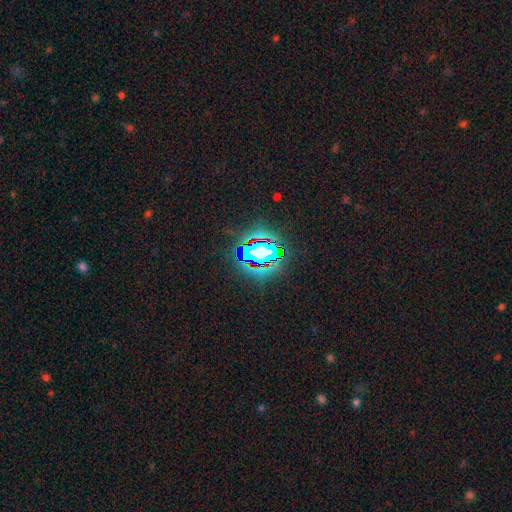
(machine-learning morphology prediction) Smooth or featured?
  - star or artifact: 78% *
  - smooth: 13%
  - featured or disk: 9%